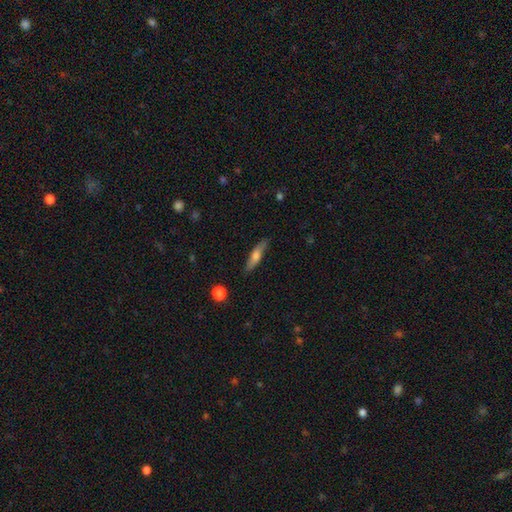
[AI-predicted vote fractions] This is possibly a smooth galaxy (54%). How rounded: likely cigar-shaped (75%). Merging: clearly none (84%).